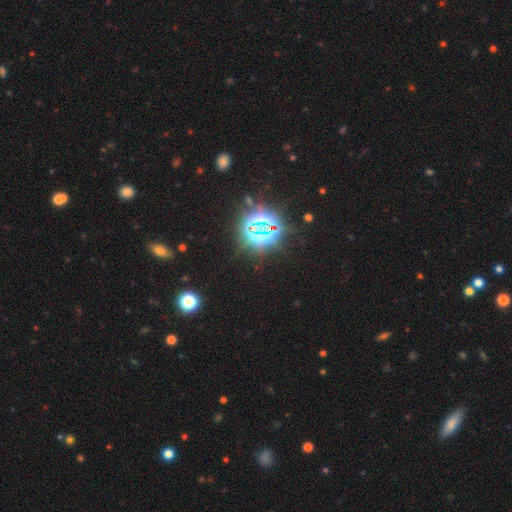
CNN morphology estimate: smooth_or_featured: star or artifact (p=0.79) [alt: smooth p=0.15]